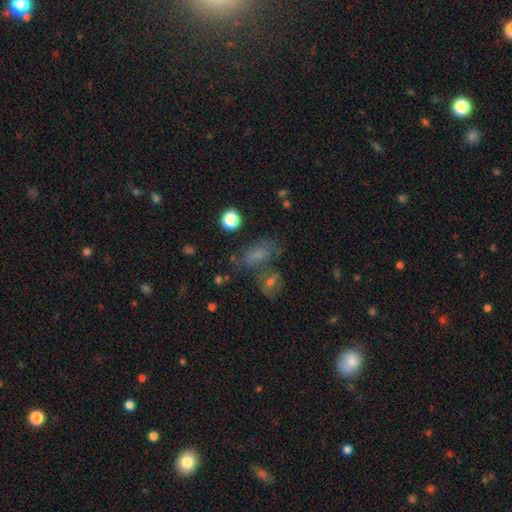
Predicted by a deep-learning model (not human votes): Q: Smooth or featured?
A: smooth (63%); runner-up: featured or disk (18%)
Q: How rounded?
A: in between (75%); runner-up: round (18%)
Q: Merging?
A: none (44%); runner-up: merger (24%)